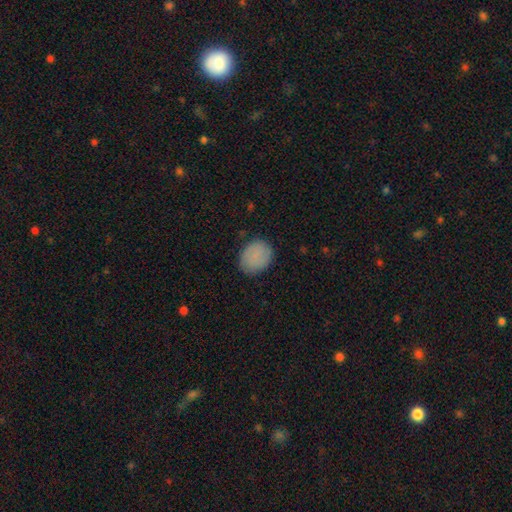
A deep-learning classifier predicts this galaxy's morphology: smooth 83%, featured or disk 9%, star or artifact 7%. Down the decision tree: how rounded — round (57%); merging — none (83%).